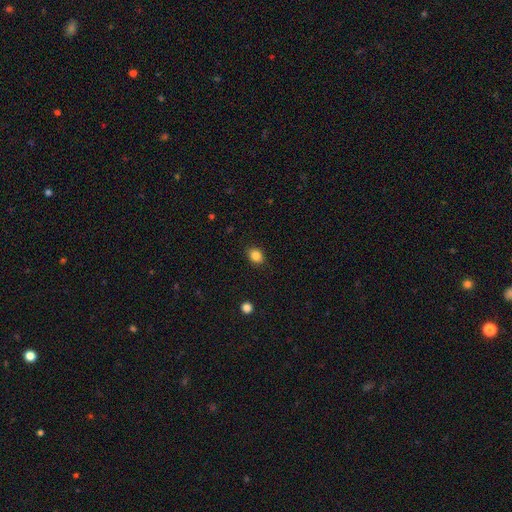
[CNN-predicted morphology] A smooth galaxy with no disk features (85%) that is in between round and cigar-shaped (56%). Merging: none (87%).